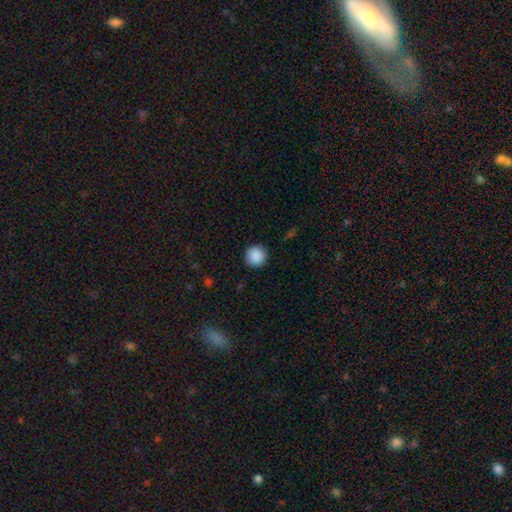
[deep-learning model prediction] smooth 89%, star or artifact 8%, featured or disk 3%. Down the decision tree: how rounded — round (95%); merging — none (91%).